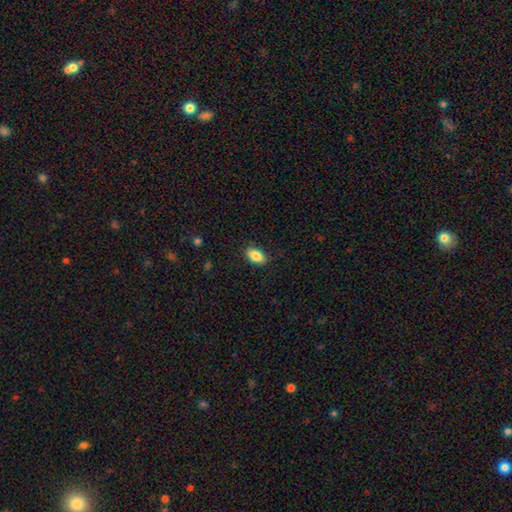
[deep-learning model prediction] A smooth galaxy with no disk features (86%) that is in between round and cigar-shaped (91%).

Vote fractions:
- Smooth or featured? smooth: 86% / star or artifact: 7% / featured or disk: 7%
- How rounded? in between: 91% / round: 6% / cigar-shaped: 3%
- Merging? none: 86% / minor disturbance: 10% / major disturbance: 2% / merger: 1%